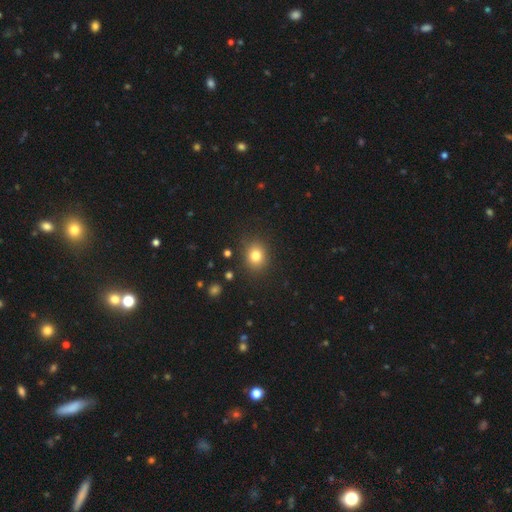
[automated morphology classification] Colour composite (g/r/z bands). It shows a smooth galaxy with no disk features (81%) that is round (69%). Merging: none (86%).